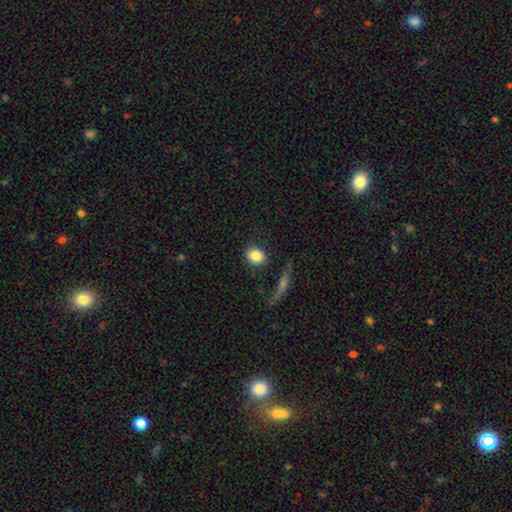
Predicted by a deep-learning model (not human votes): Smooth or featured?
  - smooth: 83% *
  - star or artifact: 9%
  - featured or disk: 8%
How rounded?
  - round: 67% *
  - in between: 30%
  - cigar-shaped: 3%
Merging?
  - none: 80% *
  - minor disturbance: 12%
  - major disturbance: 4%
  - merger: 4%